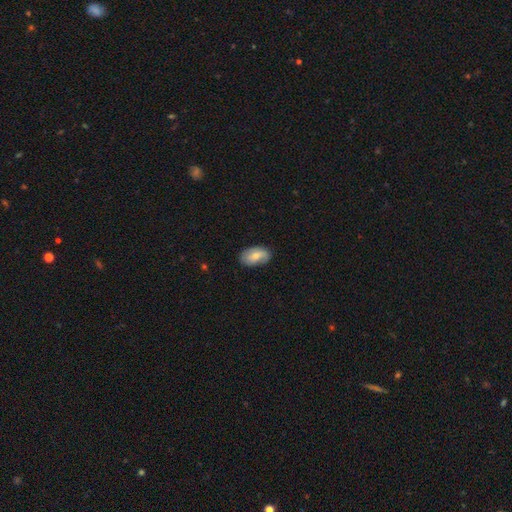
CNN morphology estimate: type=smooth (64%); roundness=in between (92%); merging=none (79%).